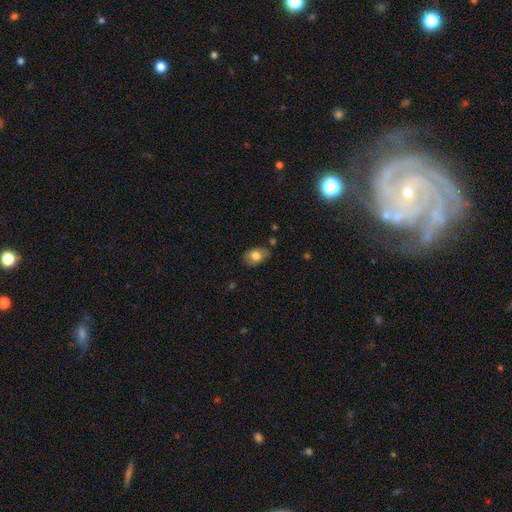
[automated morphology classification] Smooth or featured?
  - smooth: 77% *
  - featured or disk: 15%
  - star or artifact: 8%
How rounded?
  - in between: 83% *
  - round: 16%
  - cigar-shaped: 1%
Merging?
  - none: 74% *
  - minor disturbance: 20%
  - major disturbance: 4%
  - merger: 2%